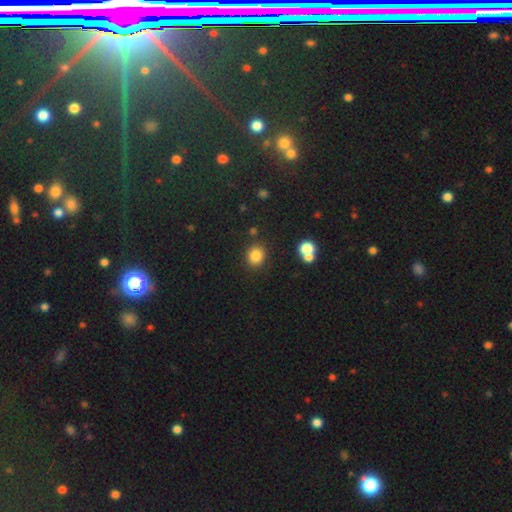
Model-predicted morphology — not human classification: smooth 83%, star or artifact 12%, featured or disk 6%. Down the decision tree: how rounded — round (79%); merging — none (84%).